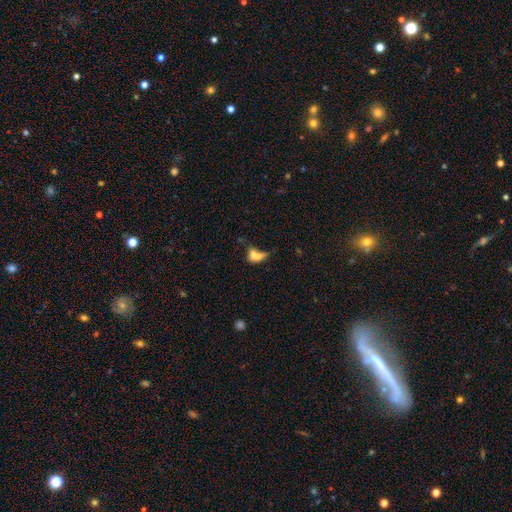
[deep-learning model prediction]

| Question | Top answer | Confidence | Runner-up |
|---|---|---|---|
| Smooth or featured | smooth | 64% | featured or disk (24%) |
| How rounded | in between | 69% | round (21%) |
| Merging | merger | 60% | none (18%) |